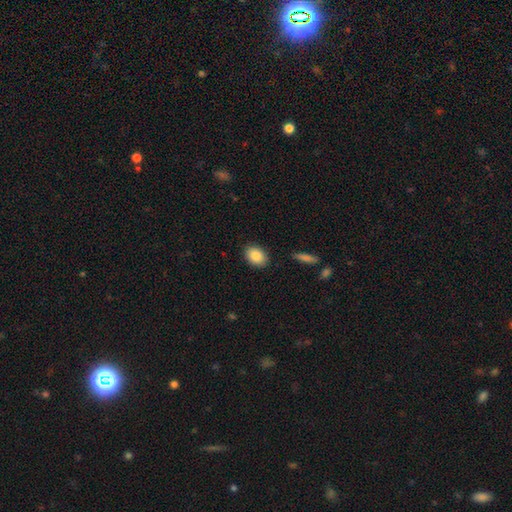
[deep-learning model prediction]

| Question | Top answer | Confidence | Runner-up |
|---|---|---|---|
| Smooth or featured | smooth | 85% | star or artifact (7%) |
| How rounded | in between | 75% | round (24%) |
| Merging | none | 88% | minor disturbance (9%) |